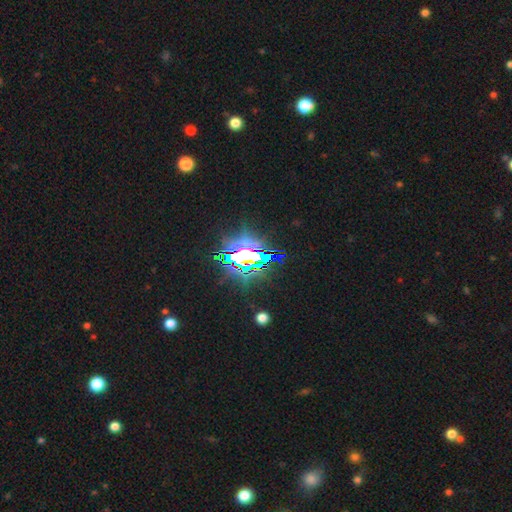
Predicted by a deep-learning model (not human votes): Smooth or featured?
  - star or artifact: 78% *
  - smooth: 11%
  - featured or disk: 11%